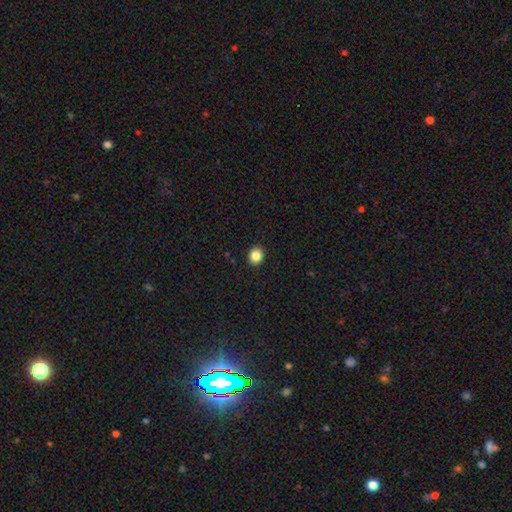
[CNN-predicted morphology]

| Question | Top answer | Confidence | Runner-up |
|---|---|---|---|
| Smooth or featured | smooth | 86% | star or artifact (10%) |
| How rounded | round | 72% | in between (27%) |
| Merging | none | 92% | minor disturbance (6%) |